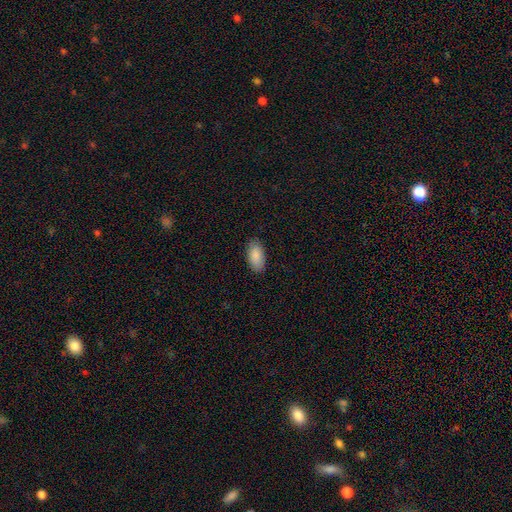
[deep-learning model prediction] Overall: smooth (89%). How rounded: in between (94%). Merging: none (86%).